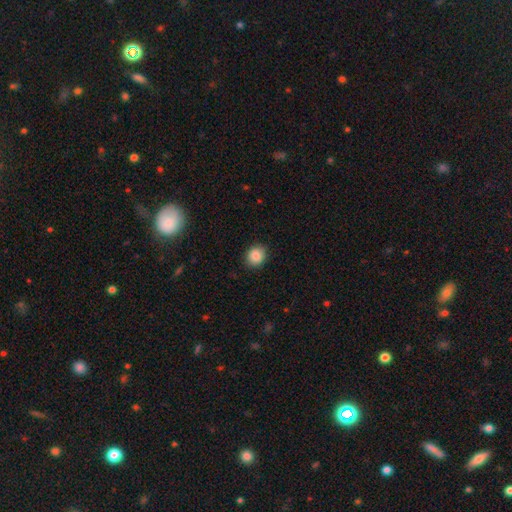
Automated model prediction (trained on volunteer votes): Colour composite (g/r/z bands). It shows a smooth galaxy with no disk features (87%) that is round (78%). Merging: none (90%).